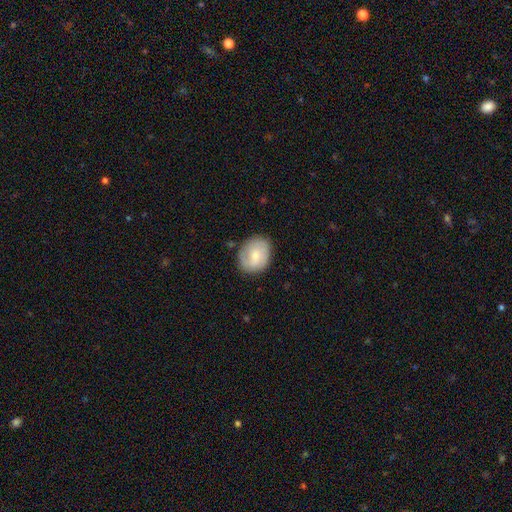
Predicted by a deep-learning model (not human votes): A smooth galaxy with no disk features (59%) that is round (55%).

Vote fractions:
- Smooth or featured? smooth: 59% / featured or disk: 34% / star or artifact: 6%
- How rounded? round: 55% / in between: 44% / cigar-shaped: 1%
- Merging? none: 77% / minor disturbance: 17% / major disturbance: 4% / merger: 2%